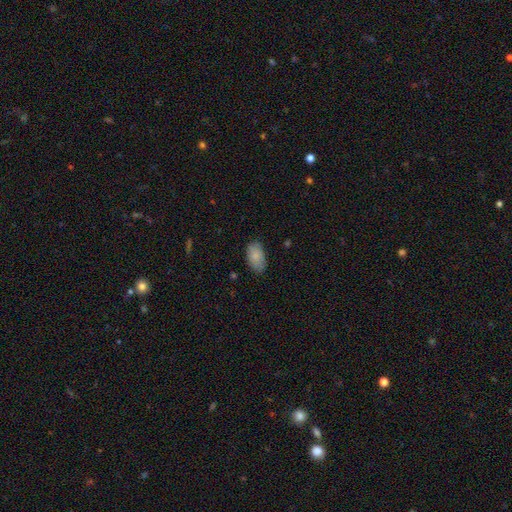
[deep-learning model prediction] smooth-or-featured: smooth: 87% | featured or disk: 7% | star or artifact: 6%
  how-rounded: in between: 94% | round: 4% | cigar-shaped: 2%
  merging: none: 80% | minor disturbance: 16% | major disturbance: 3% | merger: 1%